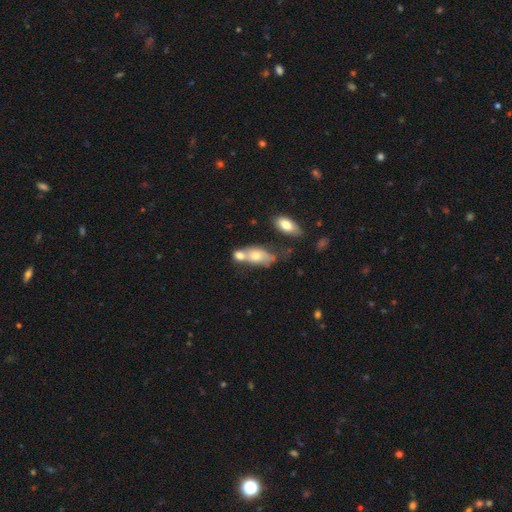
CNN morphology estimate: Overall: smooth (65%; featured or disk 26%). How rounded: in between (81%). Merging: merger (57%; none 25%).